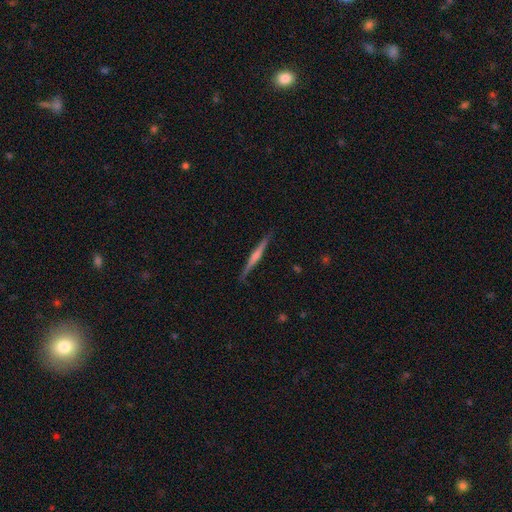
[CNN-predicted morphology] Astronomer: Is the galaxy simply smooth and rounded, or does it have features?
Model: featured or disk — 66%.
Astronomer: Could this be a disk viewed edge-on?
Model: yes — 98%.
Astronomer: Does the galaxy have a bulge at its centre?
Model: rounded — 57%.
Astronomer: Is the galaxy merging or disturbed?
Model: none — 88%.